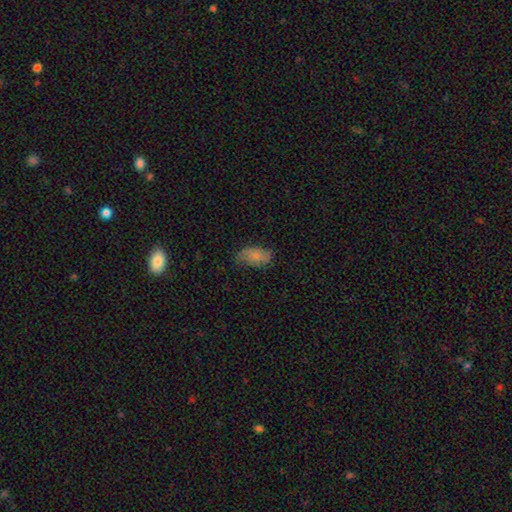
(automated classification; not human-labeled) The model was most divided on "merging": none: 60%, minor disturbance: 29%, major disturbance: 9%, merger: 1%. More confident: how rounded — in between (93%); smooth or featured — smooth (72%).